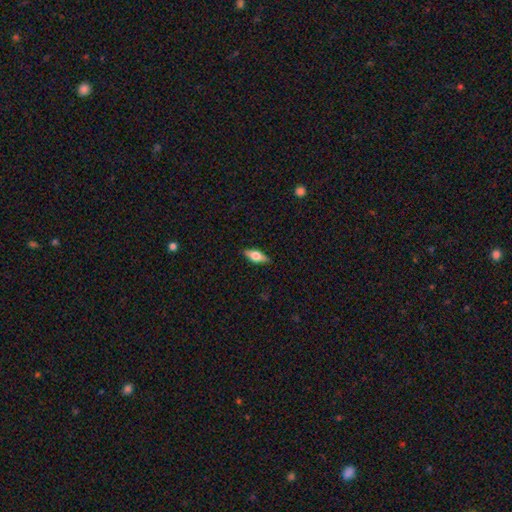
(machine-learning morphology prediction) type=smooth (51%); roundness=in between (70%); merging=none (88%).